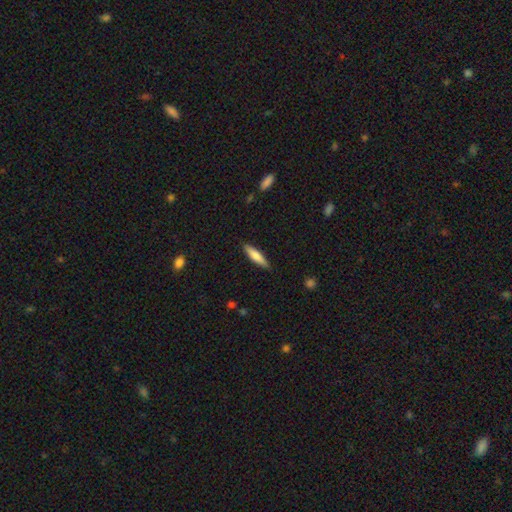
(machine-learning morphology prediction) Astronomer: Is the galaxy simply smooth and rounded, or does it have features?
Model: smooth — 74%.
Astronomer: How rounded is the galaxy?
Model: cigar-shaped — 74%.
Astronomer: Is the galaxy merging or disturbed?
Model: none — 87%.